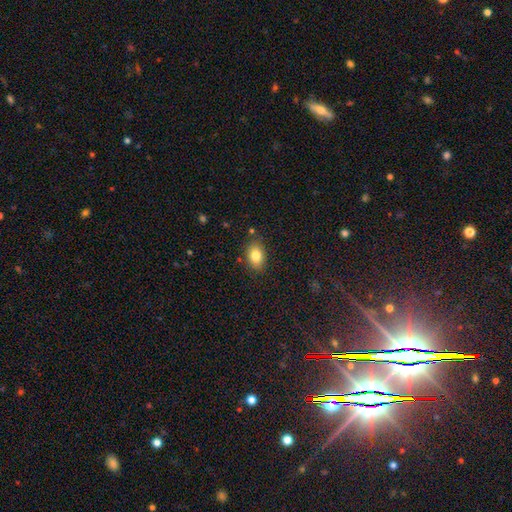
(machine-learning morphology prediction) Smooth or featured? smooth (83%)
How rounded? in between (83%)
Merging? none (84%)